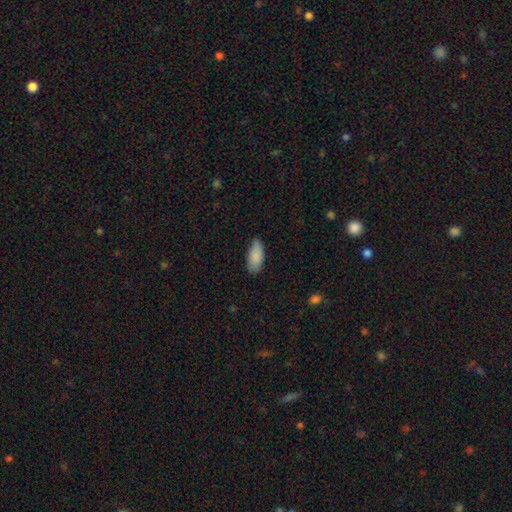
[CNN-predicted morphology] A smooth galaxy with no disk features (87%) that is in between round and cigar-shaped (89%). Merging: none (76%).